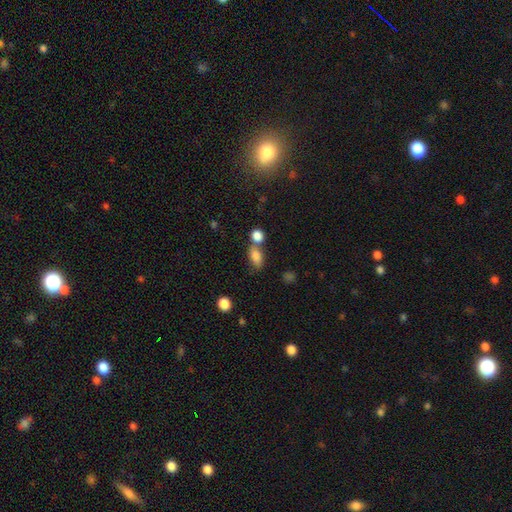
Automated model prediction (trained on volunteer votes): The model was most divided on "merging": none: 49%, merger: 33%, minor disturbance: 13%, major disturbance: 5%. More confident: how rounded — in between (84%); smooth or featured — smooth (83%).